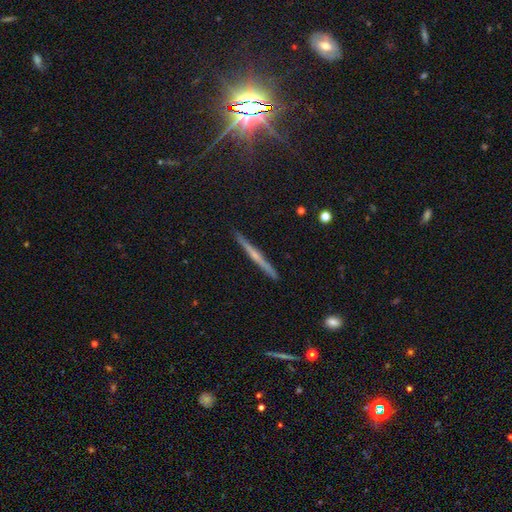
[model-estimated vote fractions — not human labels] featured or disk 66%, smooth 25%, star or artifact 9%. Down the decision tree: edge-on disk — yes (98%); edge-on bulge — rounded (54%); merging — none (92%).